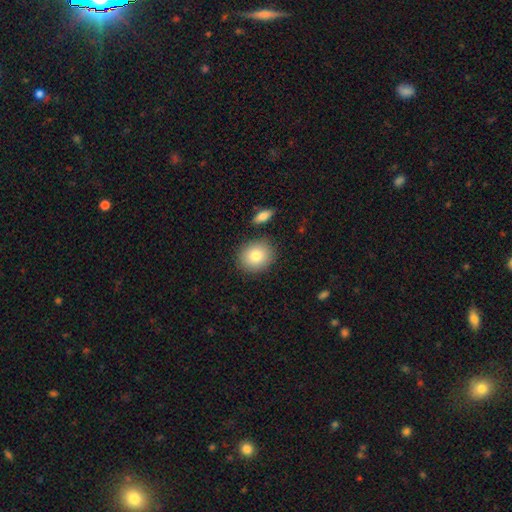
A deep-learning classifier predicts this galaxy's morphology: The model was most divided on "how rounded": round: 72%, in between: 27%, cigar-shaped: 1%. More confident: merging — none (84%); smooth or featured — smooth (81%).